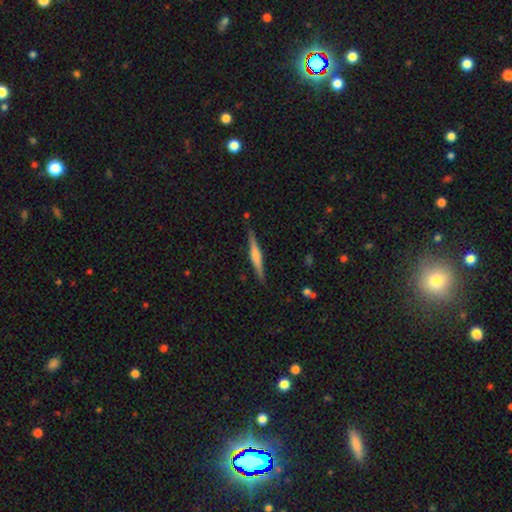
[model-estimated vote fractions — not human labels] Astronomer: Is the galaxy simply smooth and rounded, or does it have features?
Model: featured or disk — 61%.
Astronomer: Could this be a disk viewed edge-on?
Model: yes — 98%.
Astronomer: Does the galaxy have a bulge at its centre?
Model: rounded — 58%.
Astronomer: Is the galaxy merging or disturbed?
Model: none — 88%.